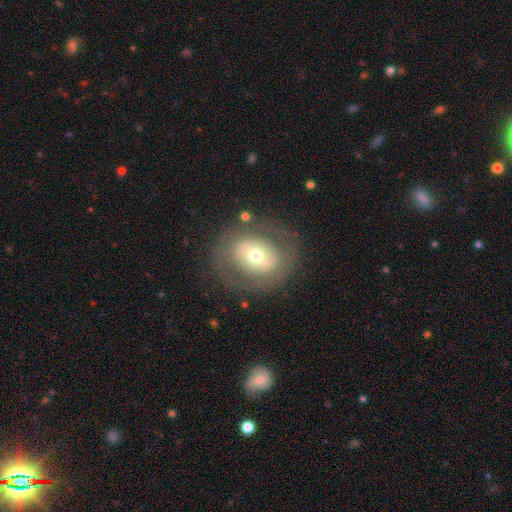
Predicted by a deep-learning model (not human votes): Smooth or featured? smooth (48%)
Merging? none (79%)